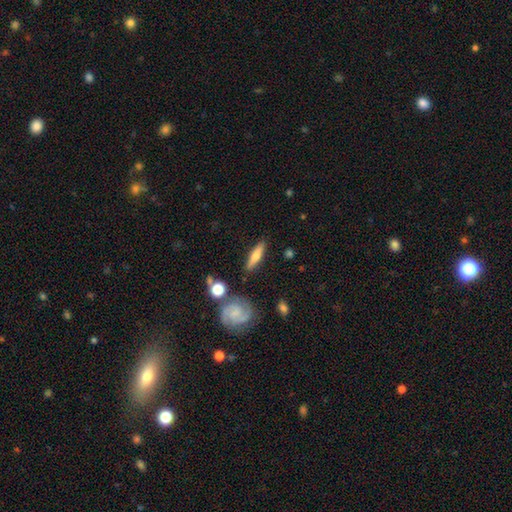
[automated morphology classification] Overall: smooth (54%; featured or disk 39%). How rounded: cigar-shaped (77%). Merging: none (85%).